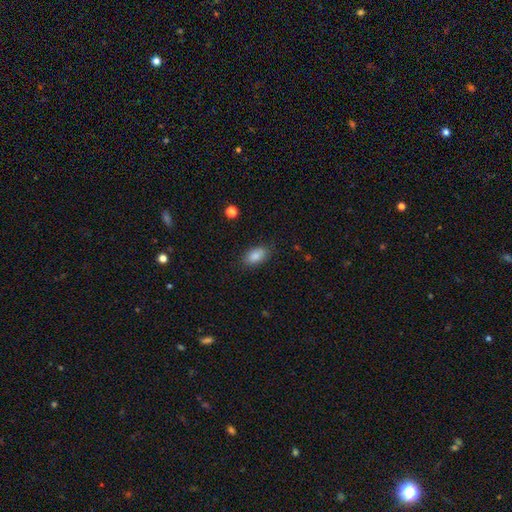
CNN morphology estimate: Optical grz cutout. It shows a smooth galaxy with no disk features (86%) that is in between round and cigar-shaped (91%). Merging: none (83%).